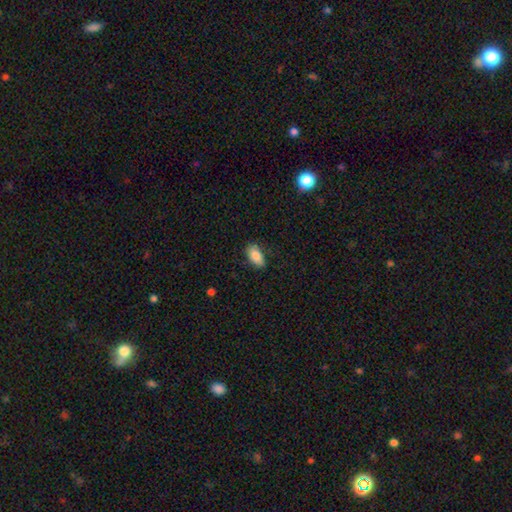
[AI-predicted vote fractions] Smooth or featured?
  - smooth: 86% *
  - star or artifact: 7%
  - featured or disk: 7%
How rounded?
  - in between: 91% *
  - cigar-shaped: 5%
  - round: 4%
Merging?
  - none: 78% *
  - minor disturbance: 17%
  - major disturbance: 4%
  - merger: 1%